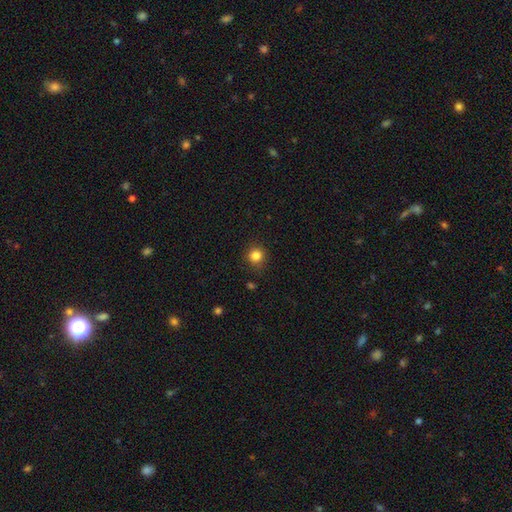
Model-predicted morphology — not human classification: Smooth or featured? Predicted: smooth (p=0.84). How rounded? Predicted: round (p=0.89). Merging? Predicted: none (p=0.86).